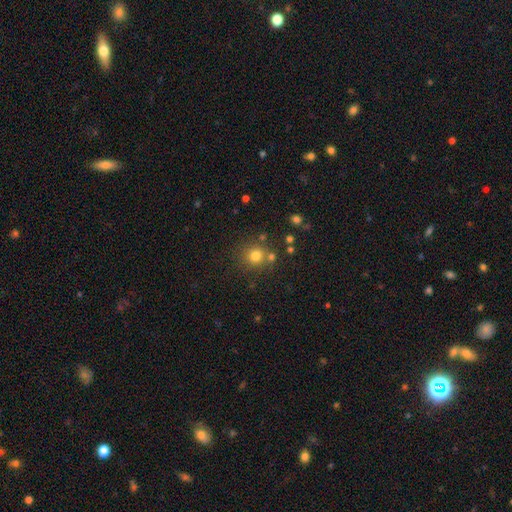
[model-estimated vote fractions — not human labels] This appears to be a smooth galaxy with no disk features (77%) that is round (90%). Merging: none (74%).